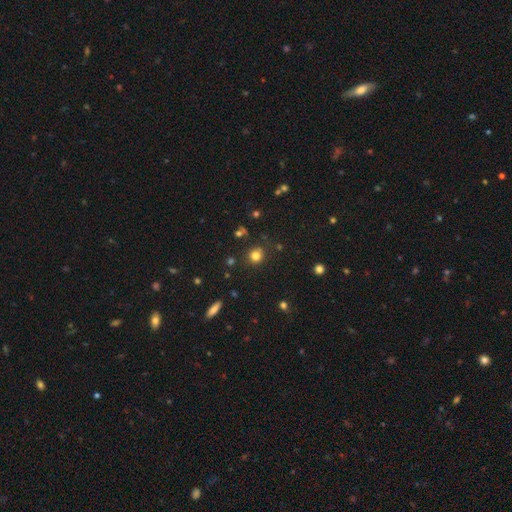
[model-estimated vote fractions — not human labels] This appears to be a smooth galaxy with no disk features (79%) that is round (89%). Merging: none (84%).